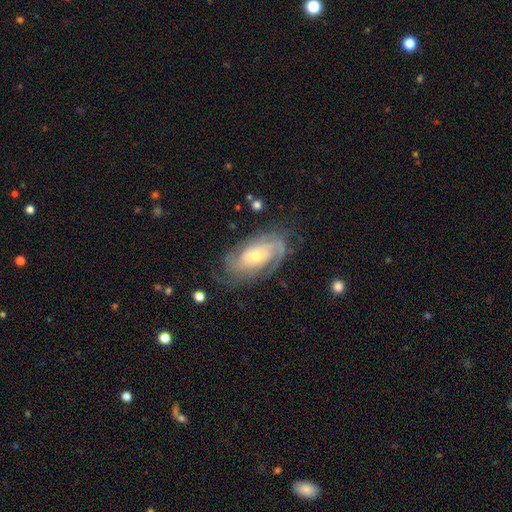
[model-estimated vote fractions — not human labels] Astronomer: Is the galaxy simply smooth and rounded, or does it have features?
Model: featured or disk — 86%.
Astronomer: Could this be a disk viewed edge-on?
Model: no — 95%.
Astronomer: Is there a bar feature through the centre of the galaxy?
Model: no — 66%.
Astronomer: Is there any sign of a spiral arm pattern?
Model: yes — 96%.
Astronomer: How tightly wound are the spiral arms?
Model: tight — 67%.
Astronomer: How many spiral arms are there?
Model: can't tell — 32% (runner-up: 2, 23%).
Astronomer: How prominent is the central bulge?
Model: small — 50% (runner-up: moderate, 45%).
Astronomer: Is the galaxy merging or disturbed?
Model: none — 73%.